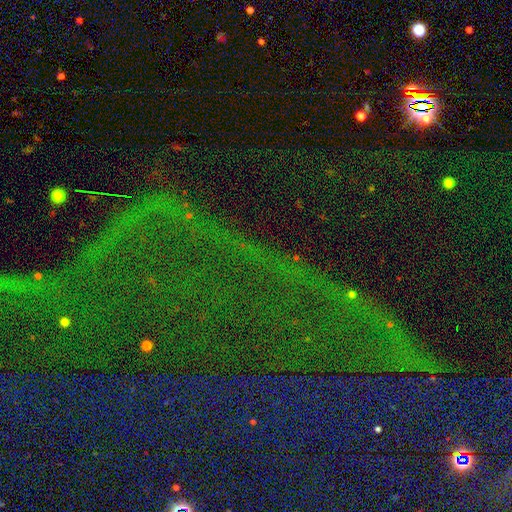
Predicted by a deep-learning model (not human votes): This appears to be a star or artifact, not a galaxy (83%).